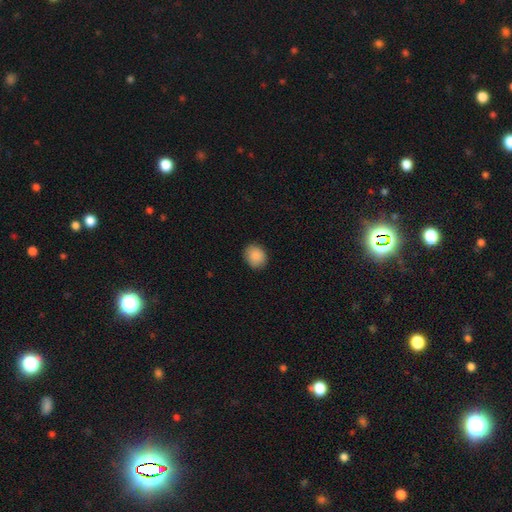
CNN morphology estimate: Smooth or featured: smooth — 89% (star or artifact — 8%)
How rounded: round — 61% (in between — 38%)
Merging: none — 88% (minor disturbance — 9%)